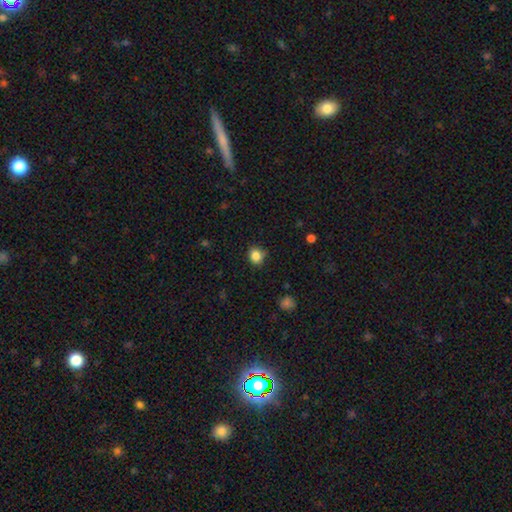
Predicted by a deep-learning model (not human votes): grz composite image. It shows a smooth galaxy with no disk features (85%) that is round (77%). Merging: none (80%).